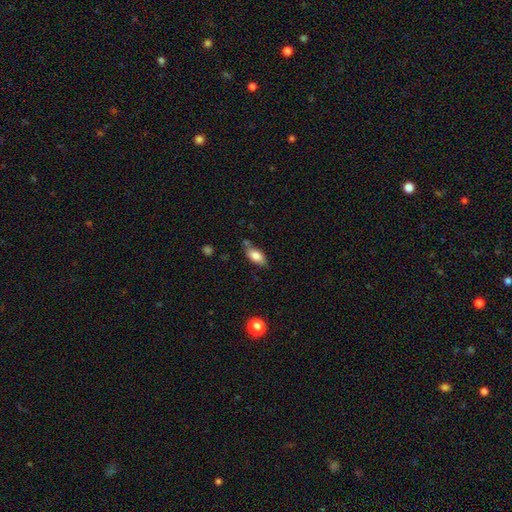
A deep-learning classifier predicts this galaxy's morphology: type=smooth (80%); roundness=in between (85%); merging=none (67%).